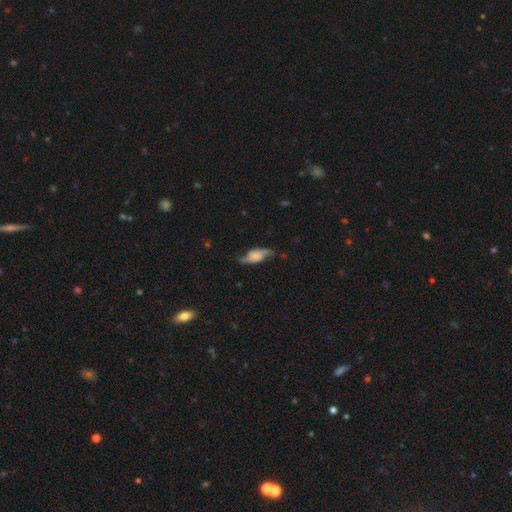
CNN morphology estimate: smooth-or-featured: featured or disk: 66% | smooth: 26% | star or artifact: 8%
  disk-edge-on: no: 84% | yes: 16%
    bar: no: 64% | weak: 27% | strong: 10%
    has-spiral-arms: yes: 92% | no: 8%
      spiral-winding: loose: 70% | medium: 23% | tight: 7%
      spiral-arm-count: 2: 91% | can't tell: 3% | 1: 3% | 3: 1% | 4: 1% | more than 4: 1%
    bulge-size: none: 34% | small: 23% | large: 18% | moderate: 15% | dominant: 9%
  merging: none: 70% | minor disturbance: 20% | major disturbance: 8% | merger: 2%